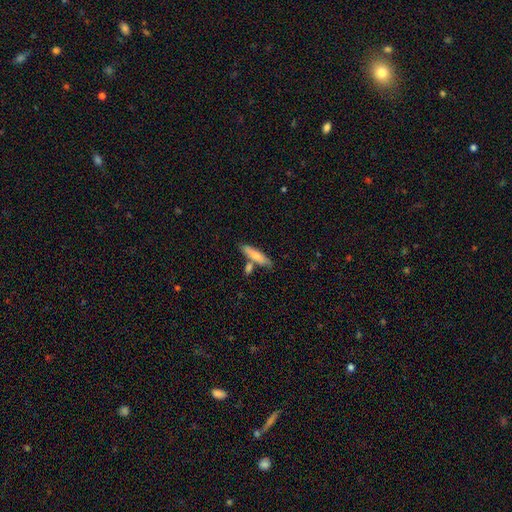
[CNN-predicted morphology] Smooth or featured? smooth (69%)
How rounded? cigar-shaped (76%)
Merging? none (64%)